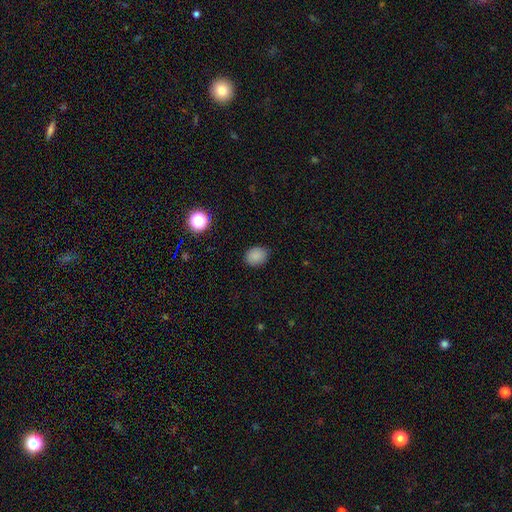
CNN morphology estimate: Smooth or featured?
  - smooth: 85% *
  - star or artifact: 12%
  - featured or disk: 4%
How rounded?
  - round: 56% *
  - in between: 43%
  - cigar-shaped: 1%
Merging?
  - none: 85% *
  - minor disturbance: 11%
  - major disturbance: 3%
  - merger: 1%